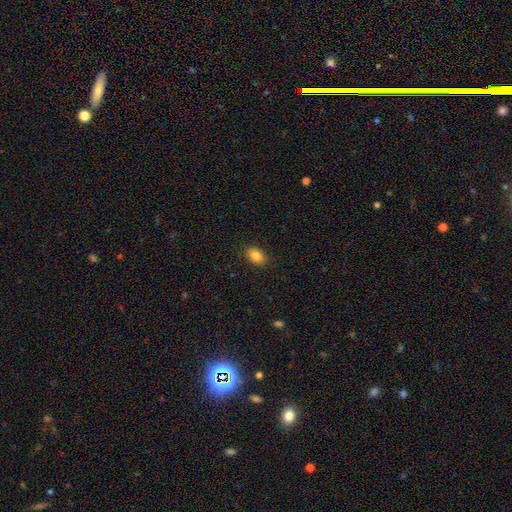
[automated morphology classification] Q: Smooth or featured?
A: smooth (84%); runner-up: star or artifact (9%)
Q: How rounded?
A: in between (85%); runner-up: round (14%)
Q: Merging?
A: none (89%); runner-up: minor disturbance (8%)